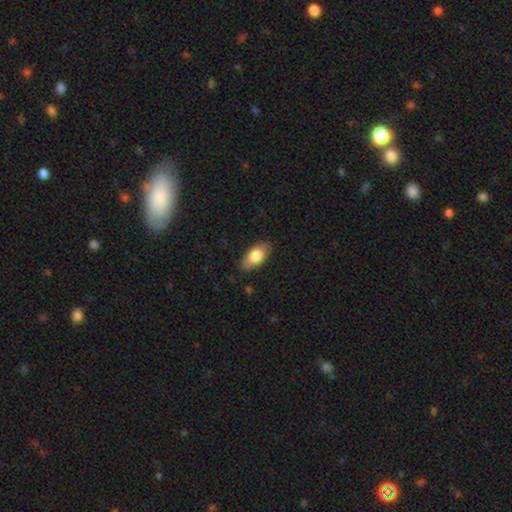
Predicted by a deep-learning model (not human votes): Smooth or featured?
  - smooth: 78% *
  - featured or disk: 16%
  - star or artifact: 6%
How rounded?
  - in between: 90% *
  - cigar-shaped: 6%
  - round: 4%
Merging?
  - none: 84% *
  - minor disturbance: 12%
  - major disturbance: 3%
  - merger: 1%